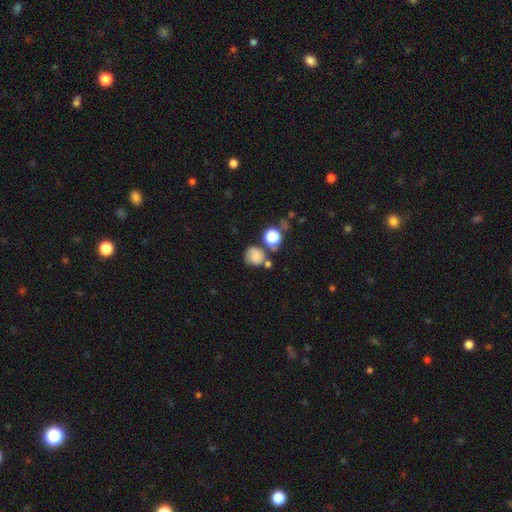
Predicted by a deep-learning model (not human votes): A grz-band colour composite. It shows a smooth galaxy with no disk features (60%) that is round (78%). Merging: none (54%).